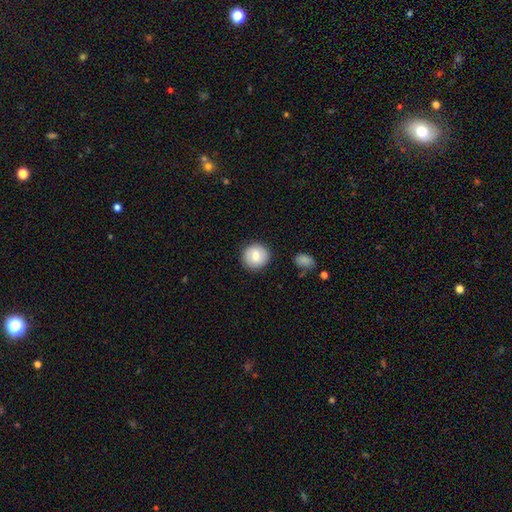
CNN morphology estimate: A smooth galaxy with no disk features (74%) that is round (92%).

Vote fractions:
- Smooth or featured? smooth: 74% / featured or disk: 19% / star or artifact: 7%
- How rounded? round: 92% / in between: 7% / cigar-shaped: 1%
- Merging? none: 87% / minor disturbance: 9% / major disturbance: 2% / merger: 2%